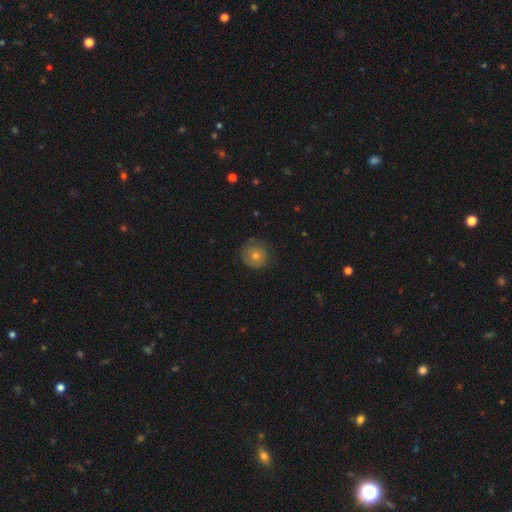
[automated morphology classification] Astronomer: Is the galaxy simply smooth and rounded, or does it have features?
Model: smooth — 60%.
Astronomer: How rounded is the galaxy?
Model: round — 91%.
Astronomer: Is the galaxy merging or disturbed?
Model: none — 81%.